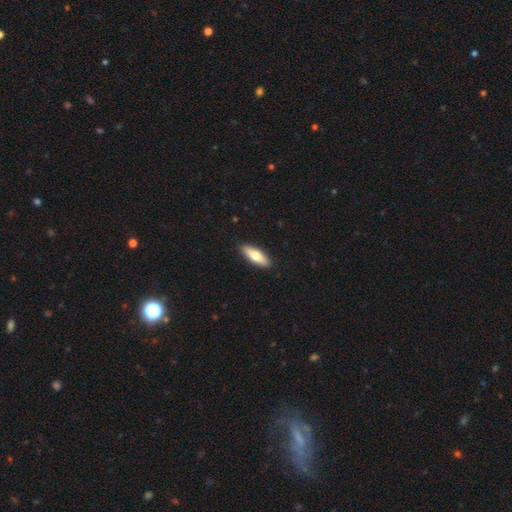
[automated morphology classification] A smooth galaxy with no disk features (65%) that is in between round and cigar-shaped (50%).

Vote fractions:
- Smooth or featured? smooth: 65% / featured or disk: 30% / star or artifact: 5%
- How rounded? in between: 50% / cigar-shaped: 48% / round: 2%
- Merging? none: 90% / minor disturbance: 7% / major disturbance: 2% / merger: 1%